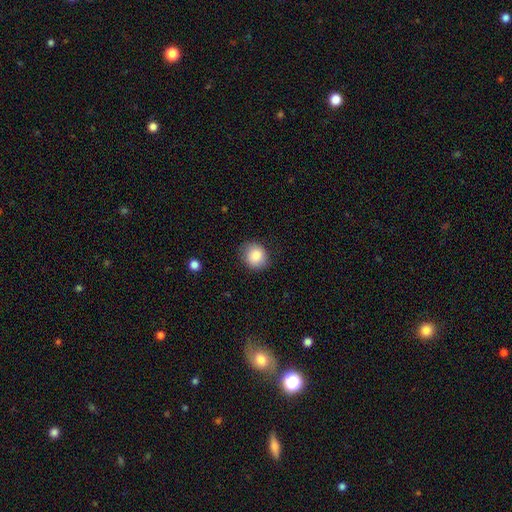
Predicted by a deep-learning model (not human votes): Morphology: type=smooth (86%); roundness=round (74%); merging=none (81%).